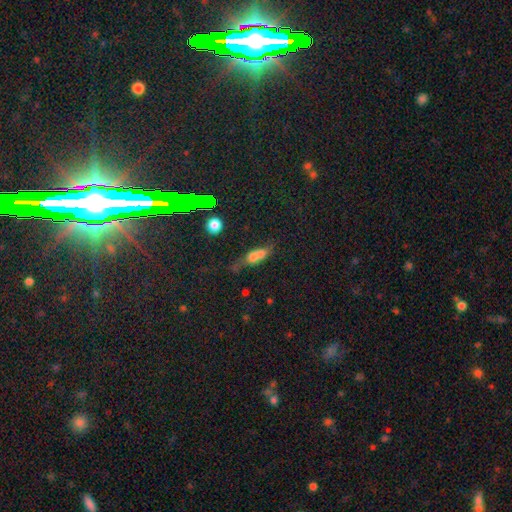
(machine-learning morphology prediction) Smooth or featured: smooth — 61% (featured or disk — 23%)
How rounded: in between — 51% (cigar-shaped — 41%)
Merging: none — 41% (minor disturbance — 26%)